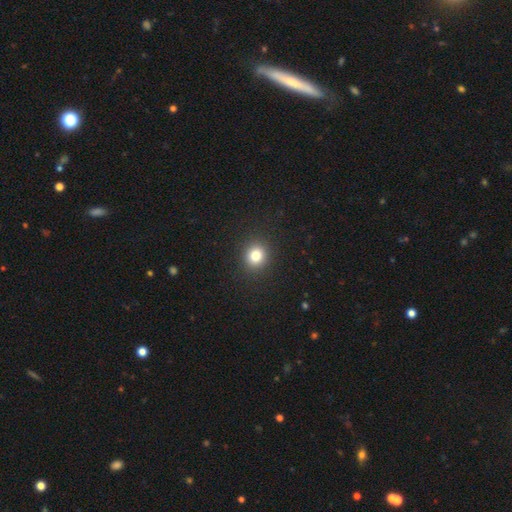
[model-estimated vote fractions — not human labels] Smooth or featured: smooth — 81% (star or artifact — 12%)
How rounded: round — 84% (in between — 15%)
Merging: none — 91% (minor disturbance — 6%)